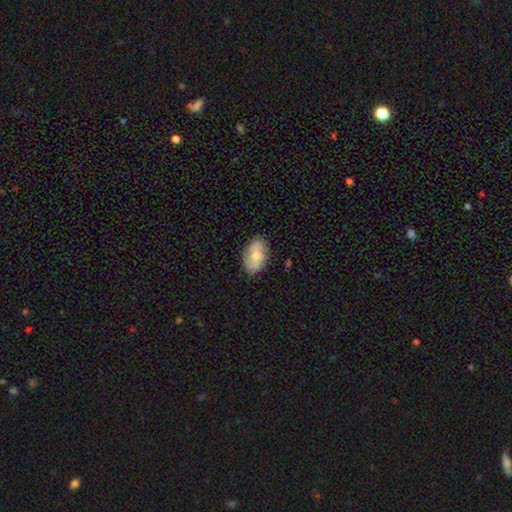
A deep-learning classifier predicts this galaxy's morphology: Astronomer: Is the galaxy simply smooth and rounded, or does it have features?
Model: smooth — 56% (runner-up: featured or disk, 38%).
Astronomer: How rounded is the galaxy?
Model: in between — 90%.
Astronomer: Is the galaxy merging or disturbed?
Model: none — 82%.